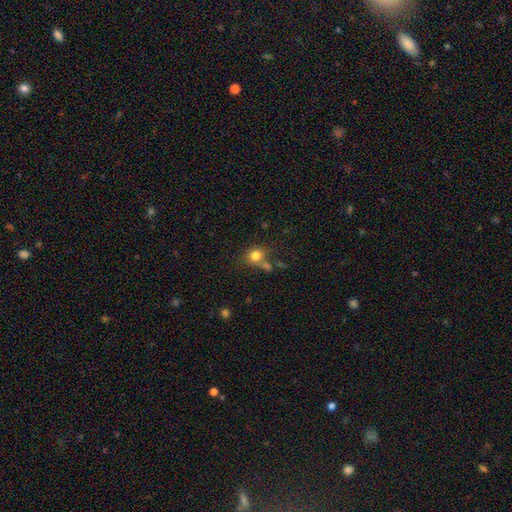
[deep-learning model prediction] Overall: smooth (79%). How rounded: round (77%). Merging: none (57%; merger 23%).